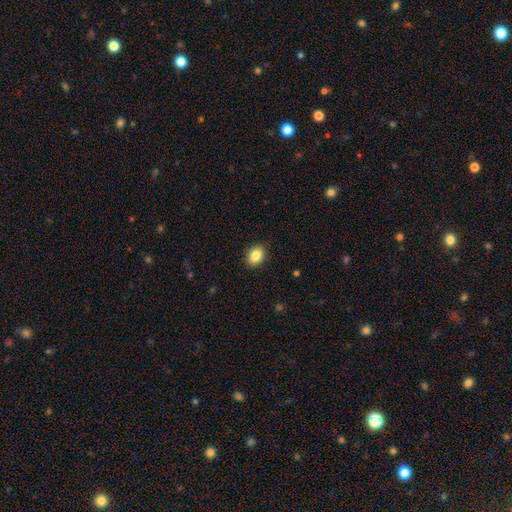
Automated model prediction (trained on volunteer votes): smooth 86%, star or artifact 8%, featured or disk 6%. Down the decision tree: how rounded — in between (67%); merging — none (89%).